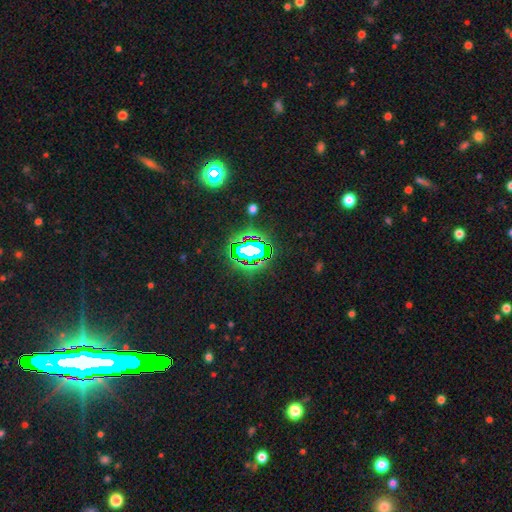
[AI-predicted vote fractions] This appears to be a star or artifact, not a galaxy (75%).